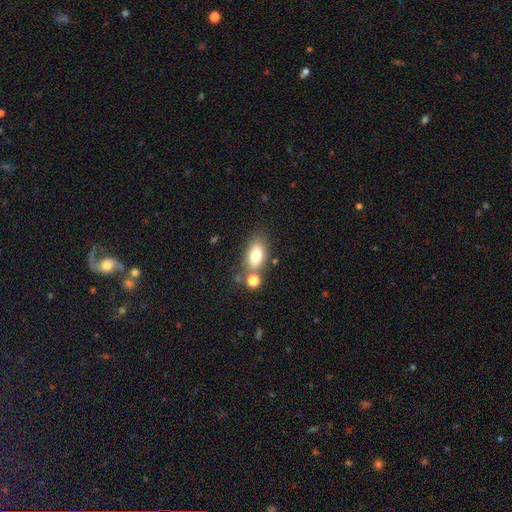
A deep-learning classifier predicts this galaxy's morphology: The model was most divided on "merging": none: 62%, merger: 19%, minor disturbance: 14%, major disturbance: 5%. More confident: how rounded — in between (85%); smooth or featured — smooth (76%).